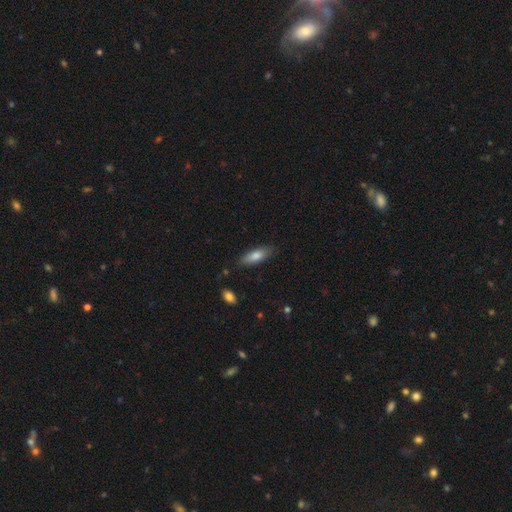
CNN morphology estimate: Smooth or featured: smooth — 77% (featured or disk — 16%)
How rounded: in between — 55% (cigar-shaped — 43%)
Merging: none — 81% (minor disturbance — 14%)